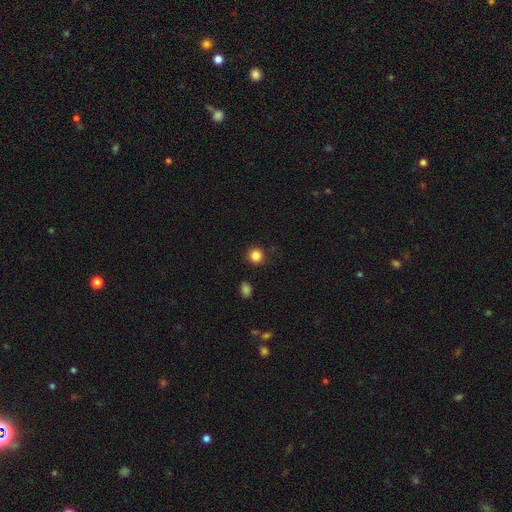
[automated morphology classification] The model was most divided on "smooth or featured": smooth: 85%, star or artifact: 11%, featured or disk: 4%. More confident: how rounded — round (92%); merging — none (89%).